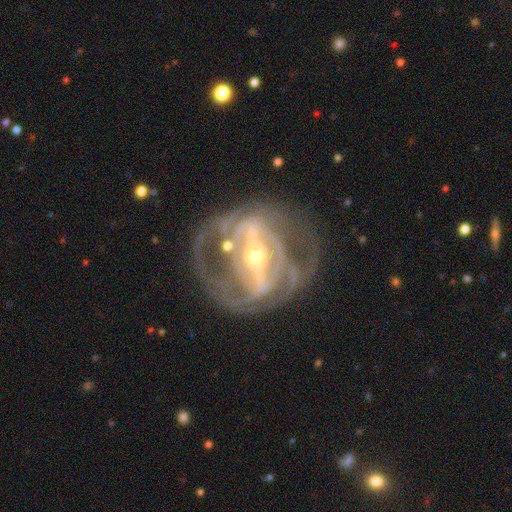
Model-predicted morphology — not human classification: smooth_or_featured: featured or disk (p=0.88) [alt: smooth p=0.06]
disk_edge_on: no (p=0.94) [alt: yes p=0.06]
bar: strong (p=0.72) [alt: weak p=0.19]
has_spiral_arms: yes (p=0.84) [alt: no p=0.16]
spiral_winding: tight (p=0.49) [alt: medium p=0.38]
spiral_arm_count: 2 (p=0.39) [alt: can't tell p=0.27]
bulge_size: small (p=0.48) [alt: moderate p=0.45]
merging: none (p=0.59) [alt: major disturbance p=0.21]